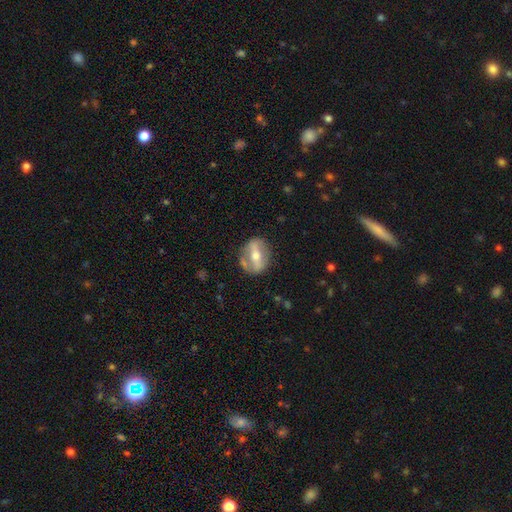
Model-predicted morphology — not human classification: featured or disk 69%, smooth 25%, star or artifact 7%. Down the decision tree: edge-on disk — no (82%); bar — strong (69%); spiral arms — no (67%); bulge size — moderate (66%); merging — none (77%).